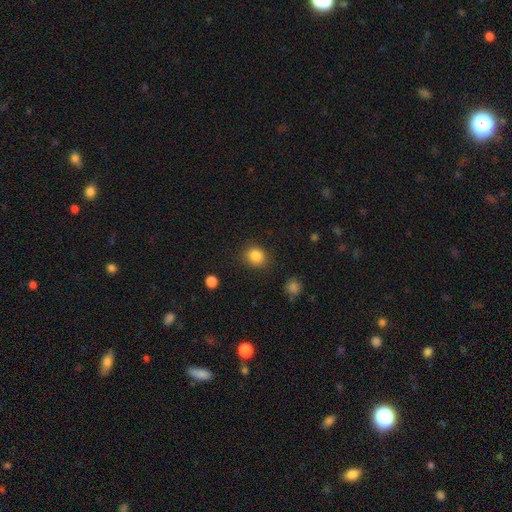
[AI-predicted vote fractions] A smooth galaxy with no disk features (85%) that is round (77%).

Vote fractions:
- Smooth or featured? smooth: 85% / star or artifact: 10% / featured or disk: 4%
- How rounded? round: 77% / in between: 22% / cigar-shaped: 1%
- Merging? none: 87% / minor disturbance: 9% / major disturbance: 3% / merger: 2%